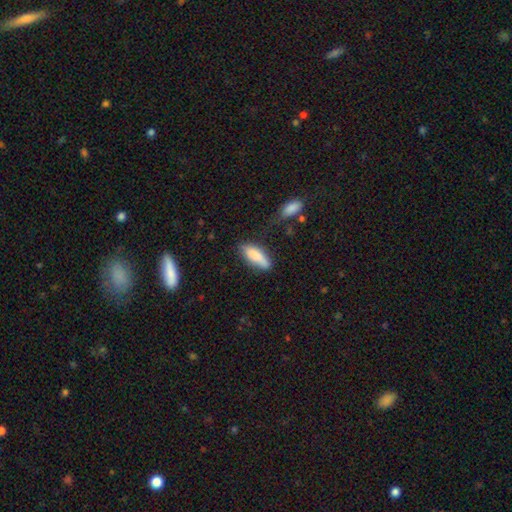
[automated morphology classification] A smooth galaxy with no disk features (83%) that is in between round and cigar-shaped (60%). Merging: none (64%).